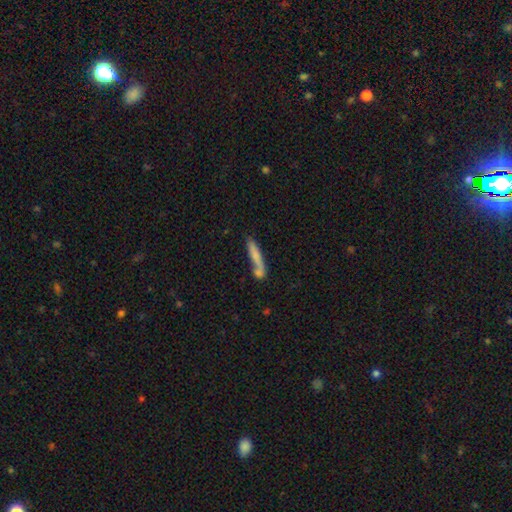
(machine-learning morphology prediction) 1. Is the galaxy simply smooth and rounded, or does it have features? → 70% smooth, 23% featured or disk, 7% star or artifact.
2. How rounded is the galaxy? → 88% cigar-shaped, 10% in between, 2% round.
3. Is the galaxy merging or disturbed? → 47% none, 30% merger, 15% minor disturbance, 8% major disturbance.